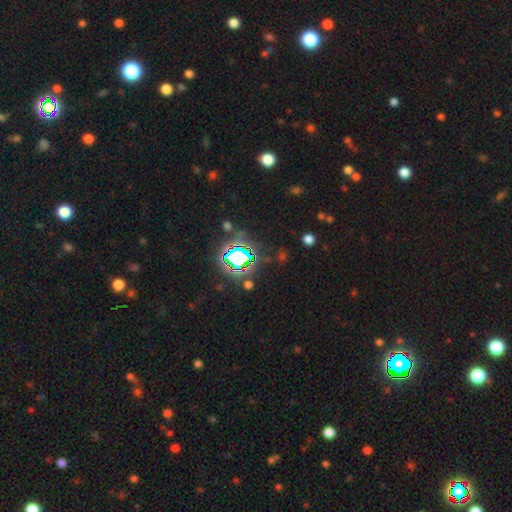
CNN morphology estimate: smooth-or-featured: star or artifact: 80% | smooth: 12% | featured or disk: 8%